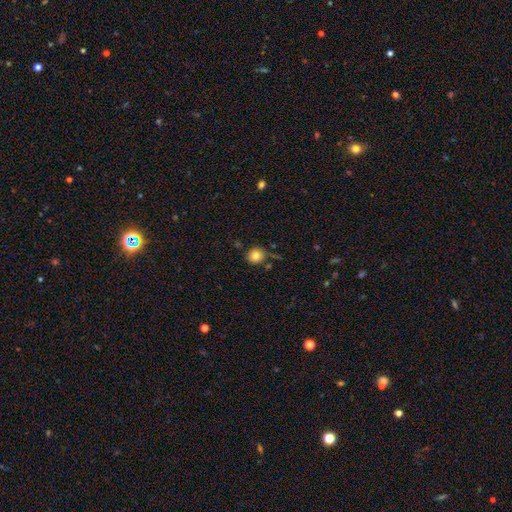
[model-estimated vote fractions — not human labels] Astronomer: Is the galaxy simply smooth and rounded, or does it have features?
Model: smooth — 81%.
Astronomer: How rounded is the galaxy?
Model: round — 88%.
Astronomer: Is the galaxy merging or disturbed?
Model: none — 80%.